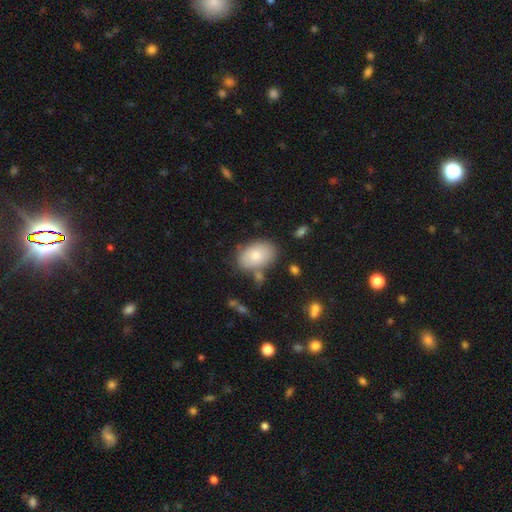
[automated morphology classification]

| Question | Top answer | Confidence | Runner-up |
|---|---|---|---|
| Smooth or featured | smooth | 79% | featured or disk (14%) |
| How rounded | in between | 89% | round (10%) |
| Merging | none | 72% | minor disturbance (16%) |